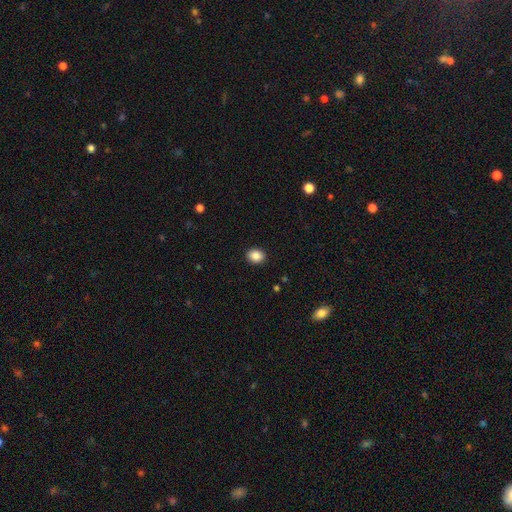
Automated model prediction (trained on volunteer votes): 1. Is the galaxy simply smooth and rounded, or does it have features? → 88% smooth, 9% star or artifact, 3% featured or disk.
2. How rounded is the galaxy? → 52% in between, 47% round, 1% cigar-shaped.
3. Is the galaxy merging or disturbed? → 91% none, 6% minor disturbance, 2% major disturbance, 1% merger.